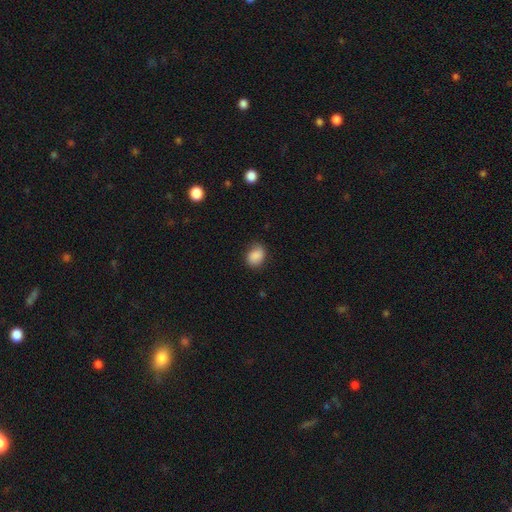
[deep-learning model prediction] Smooth or featured? smooth (86%)
How rounded? in between (60%)
Merging? none (73%)